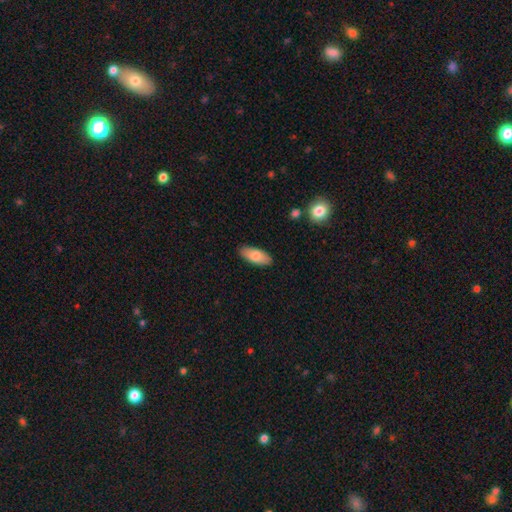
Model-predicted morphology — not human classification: Q: Smooth or featured?
A: smooth (78%); runner-up: featured or disk (16%)
Q: How rounded?
A: in between (81%); runner-up: cigar-shaped (17%)
Q: Merging?
A: none (88%); runner-up: minor disturbance (9%)